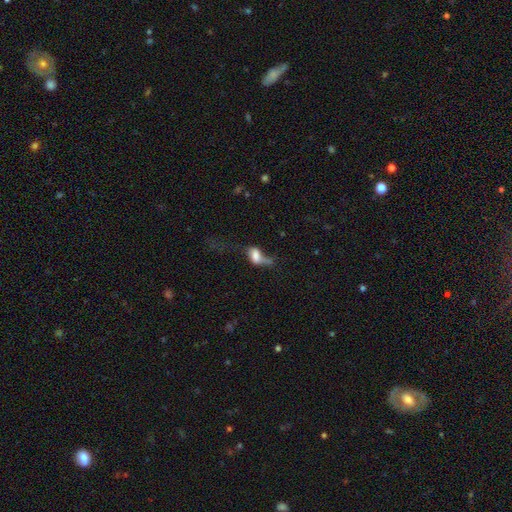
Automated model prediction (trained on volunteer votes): A smooth galaxy with no disk features (59%) that is in between round and cigar-shaped (82%).

Vote fractions:
- Smooth or featured? smooth: 59% / featured or disk: 30% / star or artifact: 11%
- How rounded? in between: 82% / round: 10% / cigar-shaped: 8%
- Merging? major disturbance: 47% / none: 18% / minor disturbance: 17% / merger: 17%